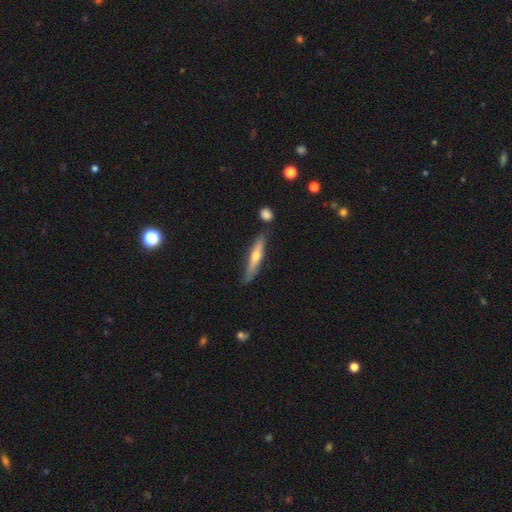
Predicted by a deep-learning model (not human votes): Q: Smooth or featured?
A: featured or disk (52%); runner-up: smooth (42%)
Q: Edge-on disk?
A: yes (90%); runner-up: no (10%)
Q: Merging?
A: none (77%); runner-up: minor disturbance (15%)